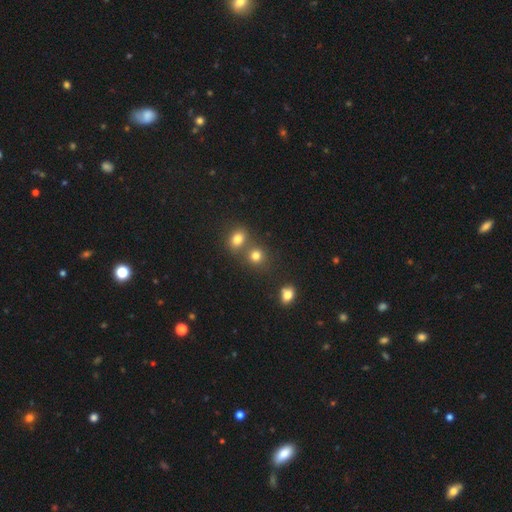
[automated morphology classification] Smooth or featured?
  - smooth: 78% *
  - star or artifact: 15%
  - featured or disk: 7%
How rounded?
  - round: 80% *
  - in between: 19%
  - cigar-shaped: 1%
Merging?
  - none: 56% *
  - merger: 33%
  - minor disturbance: 8%
  - major disturbance: 3%